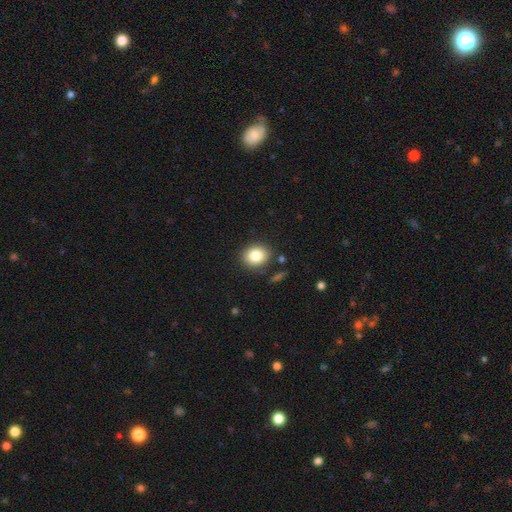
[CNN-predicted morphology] Smooth or featured?
  - smooth: 83% *
  - star or artifact: 9%
  - featured or disk: 8%
How rounded?
  - round: 61% *
  - in between: 38%
  - cigar-shaped: 1%
Merging?
  - none: 86% *
  - minor disturbance: 9%
  - merger: 3%
  - major disturbance: 3%